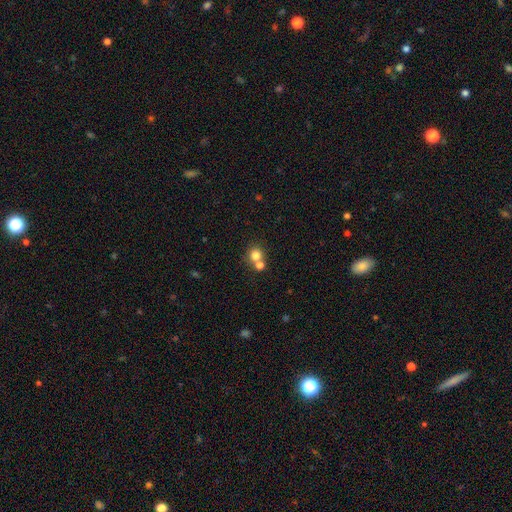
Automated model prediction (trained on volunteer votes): smooth 78%, star or artifact 13%, featured or disk 10%. Down the decision tree: how rounded — round (88%); merging — none (51%).